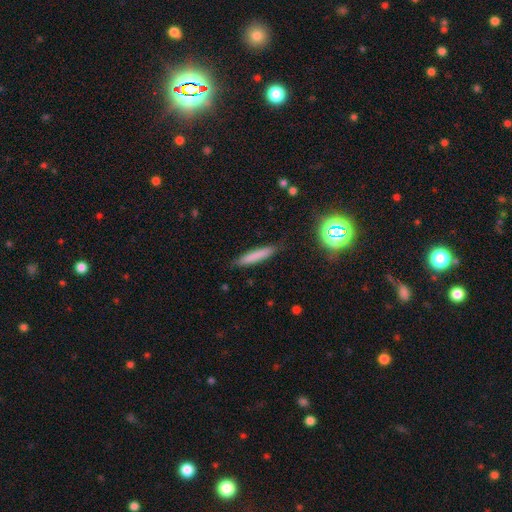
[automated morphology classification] This appears to be a smooth galaxy with no disk features (76%) that is cigar-shaped (91%). Merging: none (86%).